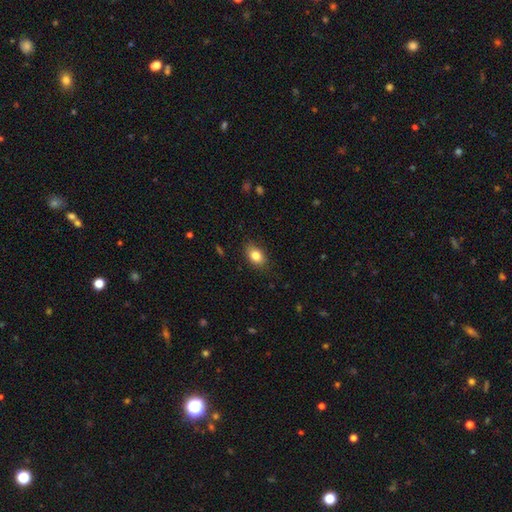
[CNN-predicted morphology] Smooth or featured: smooth — 83% (star or artifact — 8%)
How rounded: in between — 82% (round — 16%)
Merging: none — 84% (minor disturbance — 13%)